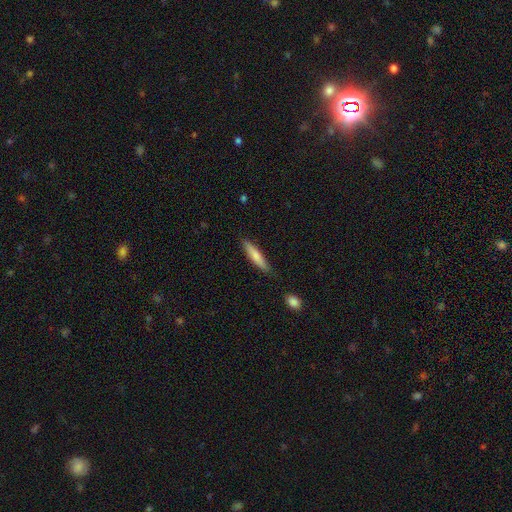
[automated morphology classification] smooth 73%, featured or disk 21%, star or artifact 6%. Down the decision tree: how rounded — cigar-shaped (86%); merging — none (83%).